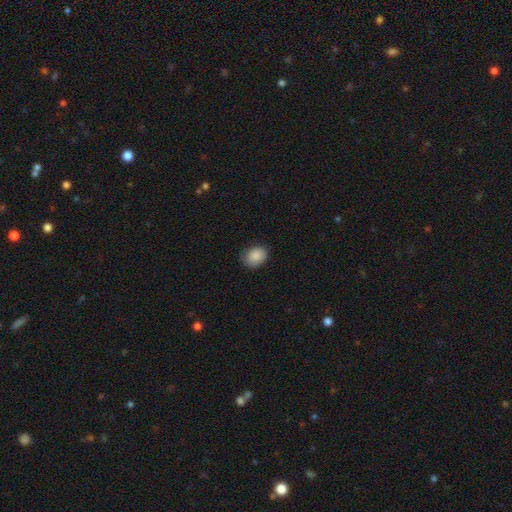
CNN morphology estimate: smooth 87%, star or artifact 7%, featured or disk 5%. Down the decision tree: how rounded — in between (56%); merging — none (74%).